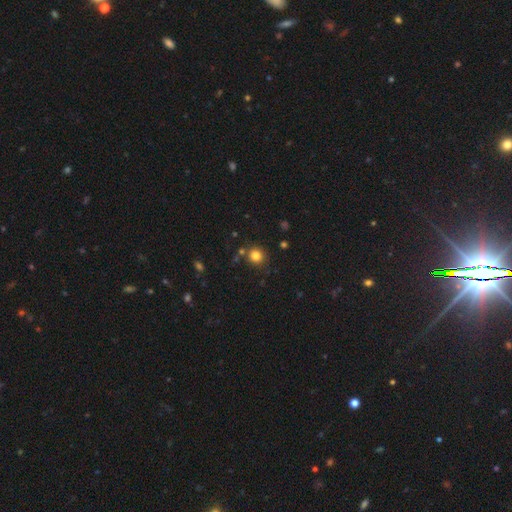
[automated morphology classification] Overall: smooth (81%). How rounded: round (90%). Merging: none (81%).